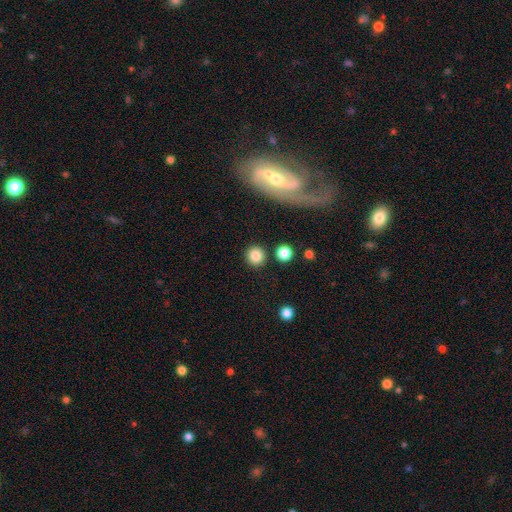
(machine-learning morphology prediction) smooth_or_featured: smooth (p=0.84) [alt: star or artifact p=0.10]
how_rounded: round (p=0.93) [alt: in between p=0.06]
merging: none (p=0.87) [alt: minor disturbance p=0.06]